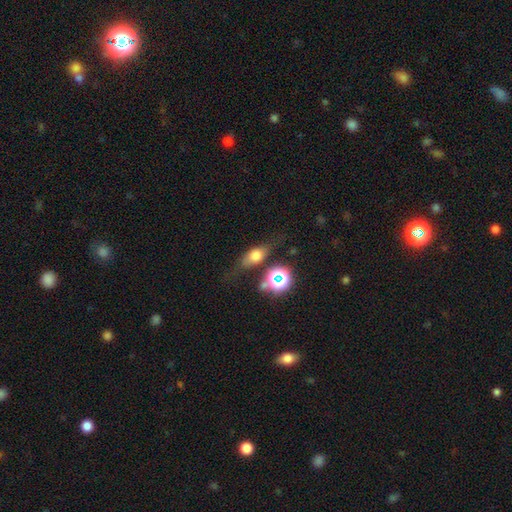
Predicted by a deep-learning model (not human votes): This is possibly a smooth galaxy (55%). How rounded: possibly in between (59%). Merging: likely none (63%).